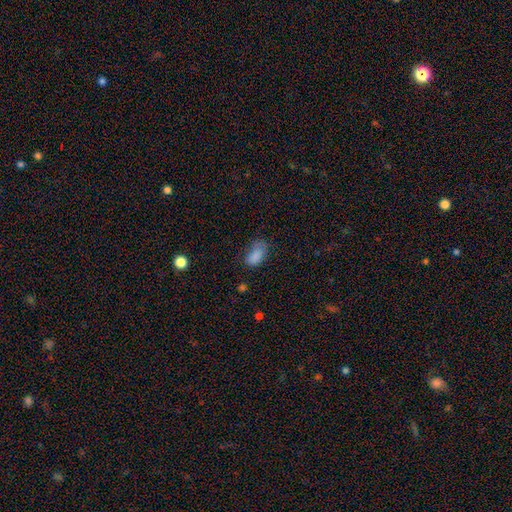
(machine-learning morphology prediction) Smooth or featured? smooth (81%)
How rounded? in between (90%)
Merging? none (44%)